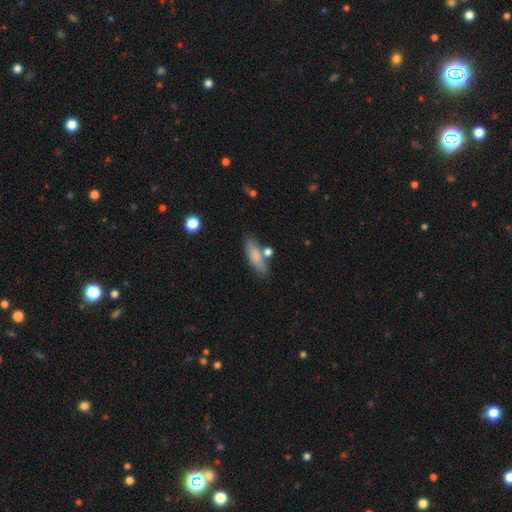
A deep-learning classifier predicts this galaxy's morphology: smooth 78%, featured or disk 15%, star or artifact 7%. Down the decision tree: how rounded — in between (54%); merging — none (67%).